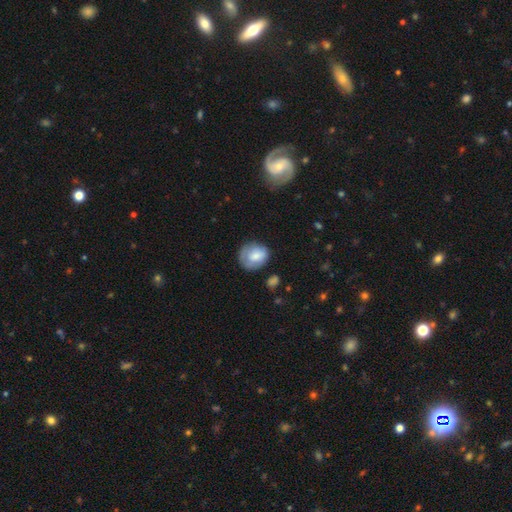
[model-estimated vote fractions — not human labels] A smooth galaxy with no disk features (73%) that is round (73%).

Vote fractions:
- Smooth or featured? smooth: 73% / featured or disk: 20% / star or artifact: 7%
- How rounded? round: 73% / in between: 26% / cigar-shaped: 1%
- Merging? none: 62% / minor disturbance: 26% / major disturbance: 10% / merger: 3%